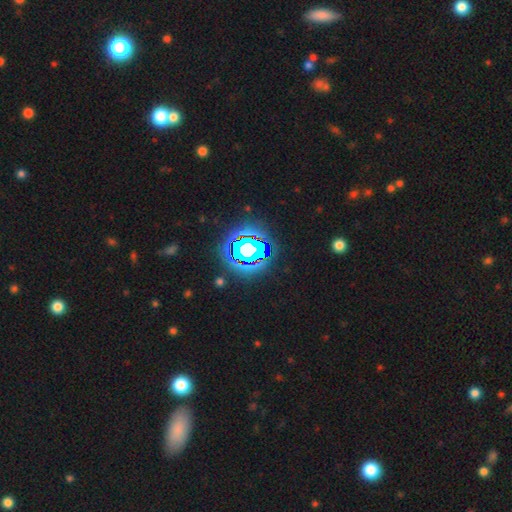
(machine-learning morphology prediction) This appears to be a star or artifact, not a galaxy (81%).